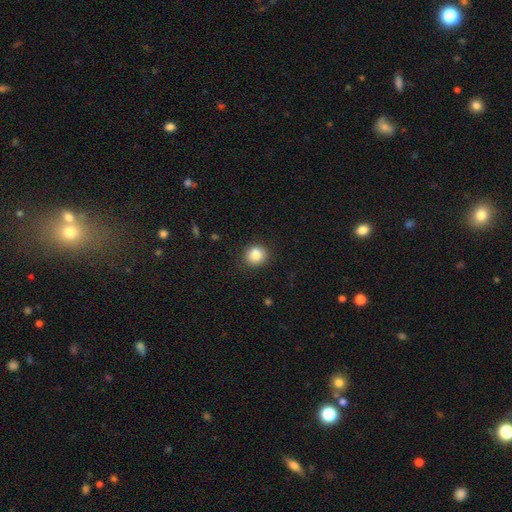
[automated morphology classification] smooth_or_featured: smooth (p=0.85) [alt: star or artifact p=0.10]
how_rounded: round (p=0.79) [alt: in between p=0.21]
merging: none (p=0.84) [alt: minor disturbance p=0.11]